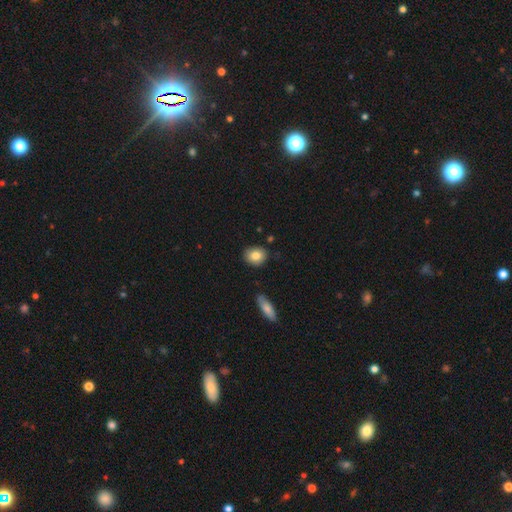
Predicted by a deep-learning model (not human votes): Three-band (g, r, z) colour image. It shows a smooth galaxy with no disk features (82%) that is round (64%). Merging: none (86%).